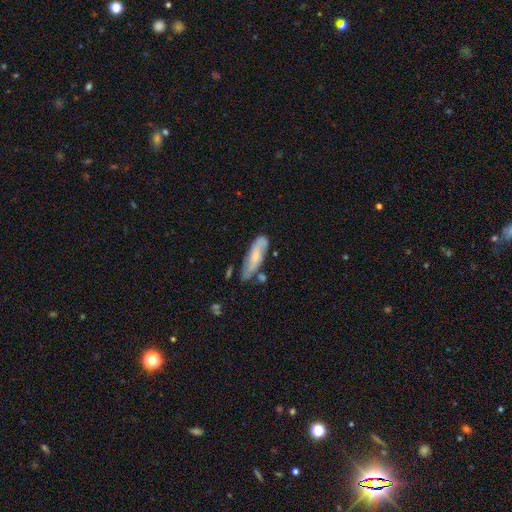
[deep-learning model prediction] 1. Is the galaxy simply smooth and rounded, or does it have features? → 50% smooth, 44% featured or disk, 7% star or artifact.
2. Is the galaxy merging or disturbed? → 61% none, 25% minor disturbance, 8% merger, 7% major disturbance.